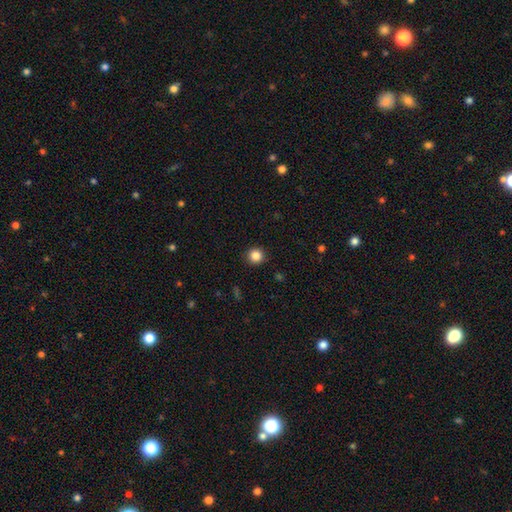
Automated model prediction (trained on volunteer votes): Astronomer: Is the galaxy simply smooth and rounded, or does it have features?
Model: smooth — 85%.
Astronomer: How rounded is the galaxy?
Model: round — 94%.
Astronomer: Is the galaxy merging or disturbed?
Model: none — 92%.